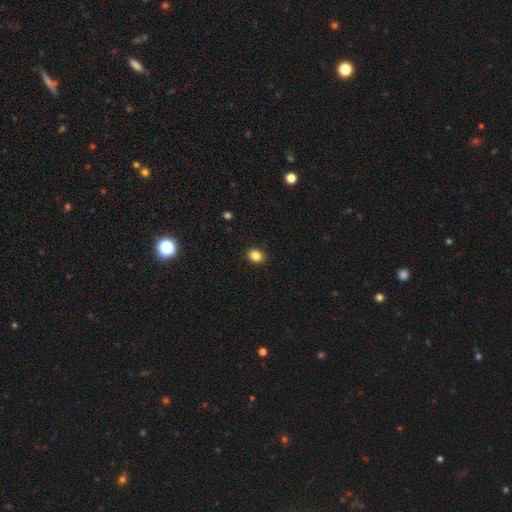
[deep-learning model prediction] Overall: smooth (84%). How rounded: round (61%; in between 38%). Merging: none (91%).